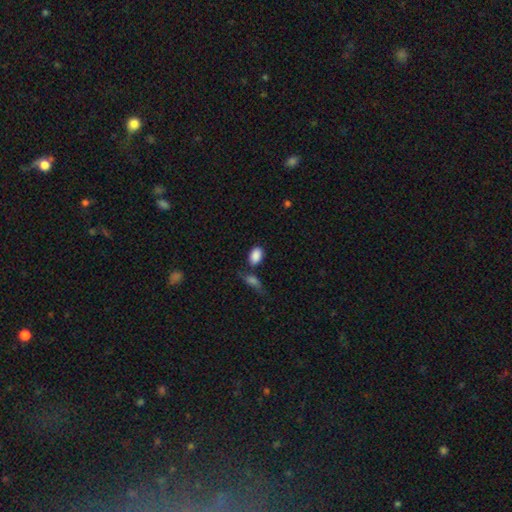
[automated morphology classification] A smooth galaxy with no disk features (88%) that is in between round and cigar-shaped (88%).

Vote fractions:
- Smooth or featured? smooth: 88% / star or artifact: 8% / featured or disk: 4%
- How rounded? in between: 88% / round: 10% / cigar-shaped: 2%
- Merging? none: 66% / merger: 15% / minor disturbance: 13% / major disturbance: 5%